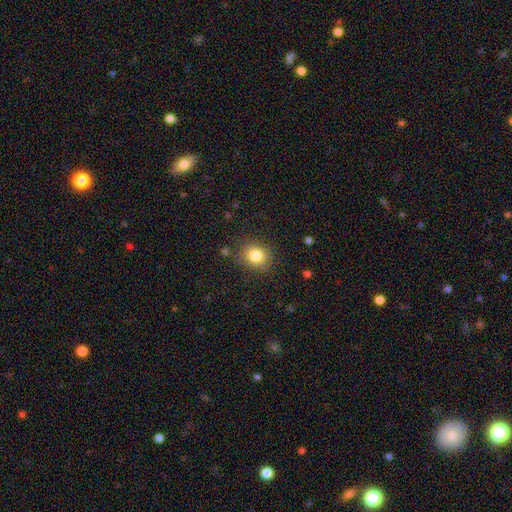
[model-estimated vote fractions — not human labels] The model was most divided on "how rounded": round: 72%, in between: 27%, cigar-shaped: 1%. More confident: merging — none (84%); smooth or featured — smooth (82%).